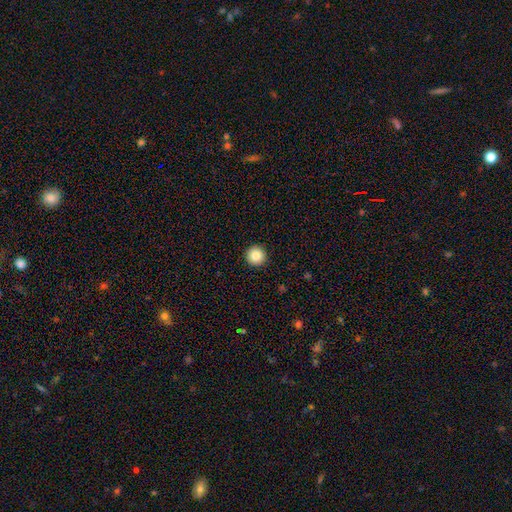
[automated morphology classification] This appears to be a smooth galaxy with no disk features (86%) that is round (96%). Merging: none (94%).